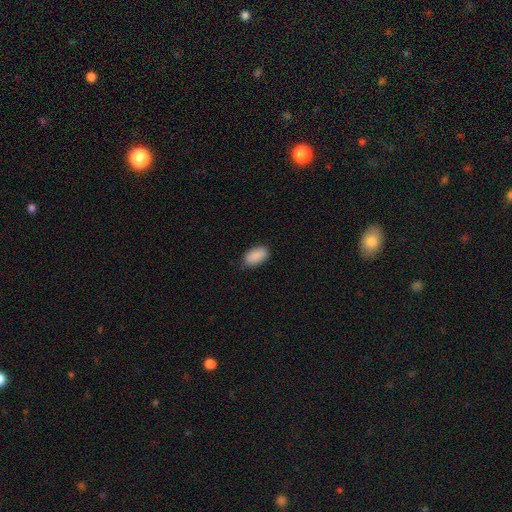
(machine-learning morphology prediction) Q: Smooth or featured?
A: smooth (90%); runner-up: star or artifact (7%)
Q: How rounded?
A: in between (94%); runner-up: round (4%)
Q: Merging?
A: none (82%); runner-up: minor disturbance (14%)